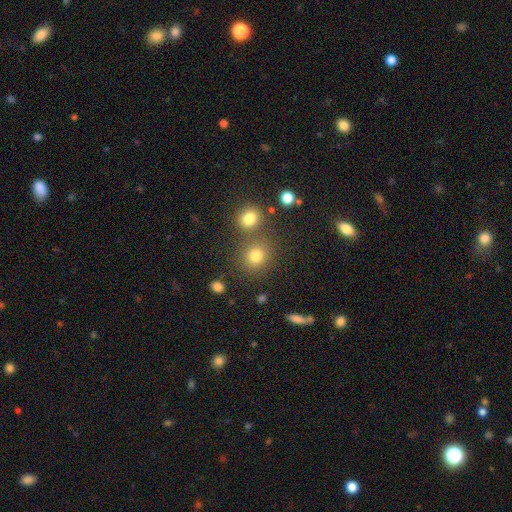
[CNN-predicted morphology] Q: Smooth or featured?
A: smooth (76%); runner-up: star or artifact (17%)
Q: How rounded?
A: round (84%); runner-up: in between (15%)
Q: Merging?
A: none (71%); runner-up: merger (16%)